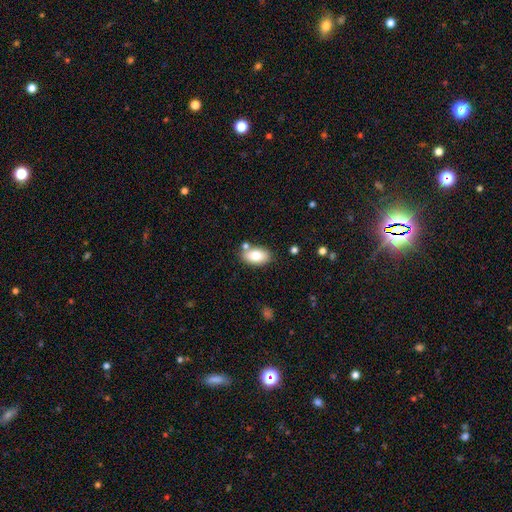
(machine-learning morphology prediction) type=smooth (82%); roundness=in between (92%); merging=none (74%).